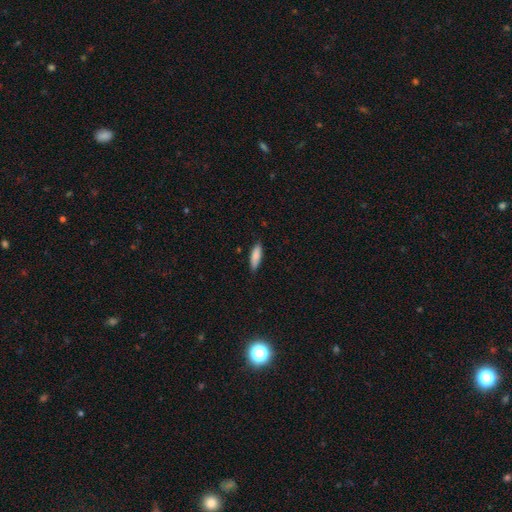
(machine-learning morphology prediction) smooth-or-featured: smooth: 86% | featured or disk: 8% | star or artifact: 6%
  how-rounded: cigar-shaped: 55% | in between: 44% | round: 2%
  merging: none: 84% | minor disturbance: 13% | major disturbance: 2% | merger: 1%